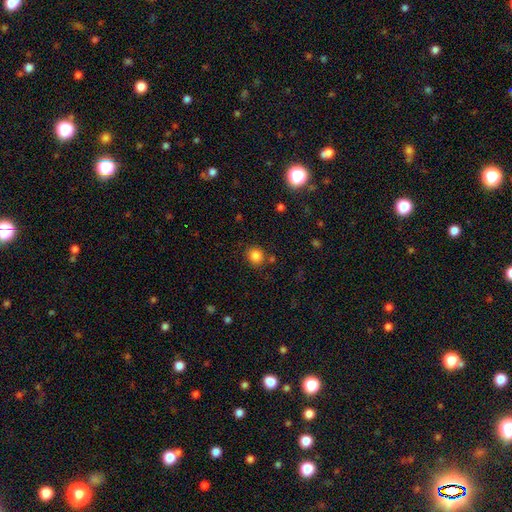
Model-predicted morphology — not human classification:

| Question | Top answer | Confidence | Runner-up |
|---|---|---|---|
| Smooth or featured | smooth | 85% | star or artifact (11%) |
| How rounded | round | 84% | in between (15%) |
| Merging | none | 82% | minor disturbance (10%) |